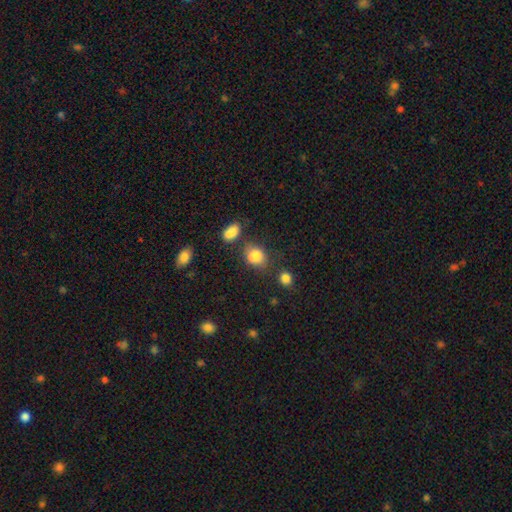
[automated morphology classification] type=smooth (83%); roundness=round (52%); merging=none (63%).